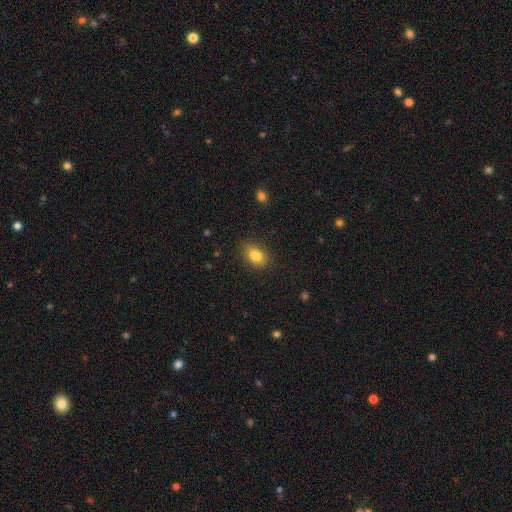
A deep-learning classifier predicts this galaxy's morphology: Q: Smooth or featured?
A: smooth (83%); runner-up: star or artifact (9%)
Q: How rounded?
A: in between (83%); runner-up: round (15%)
Q: Merging?
A: none (86%); runner-up: minor disturbance (10%)